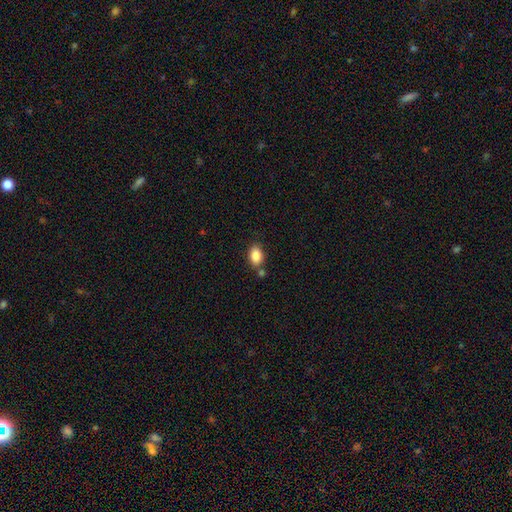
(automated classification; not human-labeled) Smooth or featured: smooth — 86% (star or artifact — 8%)
How rounded: in between — 83% (round — 16%)
Merging: none — 69% (merger — 14%)